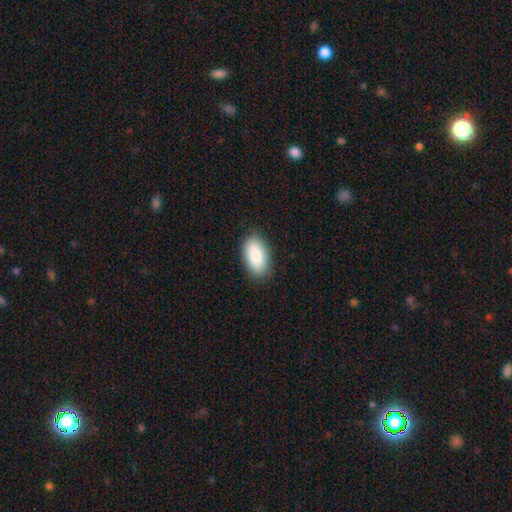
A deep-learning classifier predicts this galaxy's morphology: A smooth galaxy with no disk features (85%) that is in between round and cigar-shaped (94%).

Vote fractions:
- Smooth or featured? smooth: 85% / featured or disk: 9% / star or artifact: 6%
- How rounded? in between: 94% / round: 3% / cigar-shaped: 3%
- Merging? none: 86% / minor disturbance: 10% / major disturbance: 2% / merger: 1%